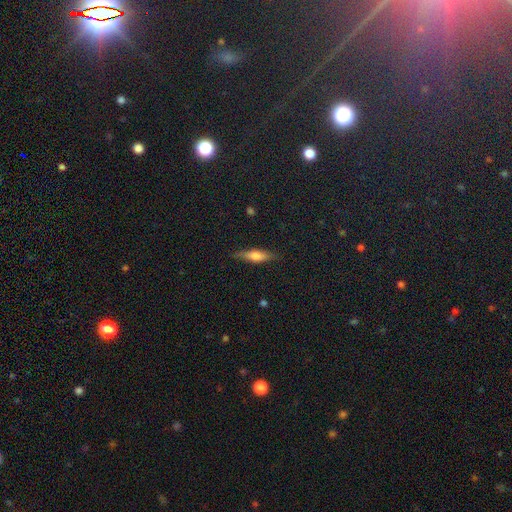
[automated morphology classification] This is possibly a smooth galaxy (55%). How rounded: likely cigar-shaped (64%). Merging: clearly none (82%).